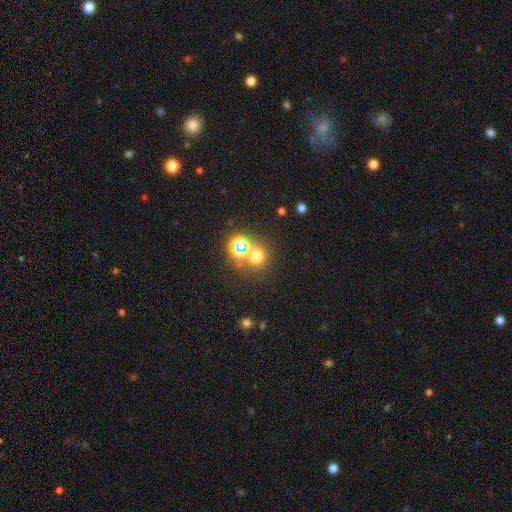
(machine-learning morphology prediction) Q: Smooth or featured?
A: smooth (60%); runner-up: star or artifact (30%)
Q: How rounded?
A: round (85%); runner-up: in between (14%)
Q: Merging?
A: none (61%); runner-up: merger (27%)